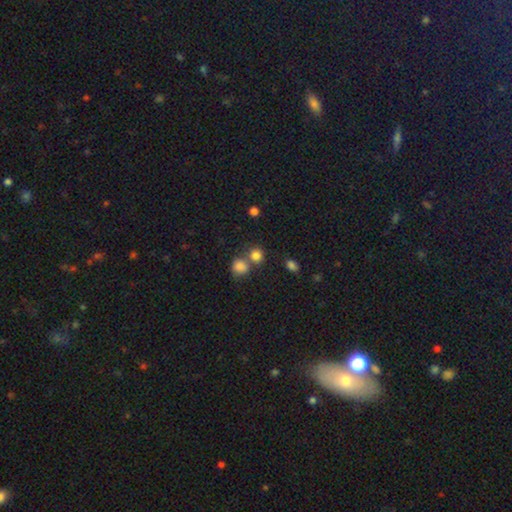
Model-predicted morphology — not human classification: smooth_or_featured: smooth (p=0.82) [alt: star or artifact p=0.12]
how_rounded: round (p=0.81) [alt: in between p=0.18]
merging: none (p=0.54) [alt: merger p=0.34]